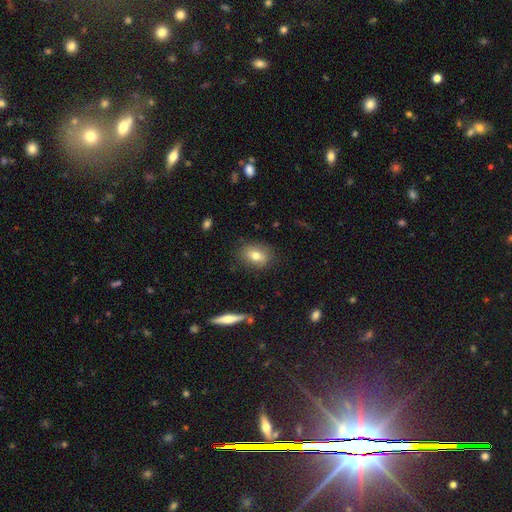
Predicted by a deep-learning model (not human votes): A smooth galaxy with no disk features (72%) that is in between round and cigar-shaped (67%).

Vote fractions:
- Smooth or featured? smooth: 72% / featured or disk: 19% / star or artifact: 9%
- How rounded? in between: 67% / round: 30% / cigar-shaped: 2%
- Merging? none: 83% / minor disturbance: 12% / major disturbance: 3% / merger: 2%